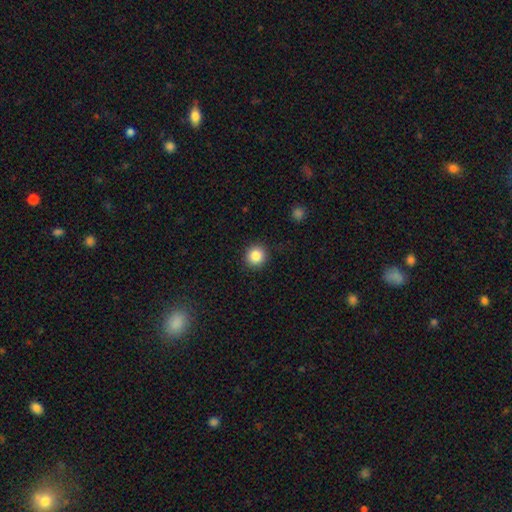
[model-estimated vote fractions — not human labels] The model was most divided on "smooth or featured": smooth: 85%, star or artifact: 10%, featured or disk: 5%. More confident: how rounded — round (93%); merging — none (91%).